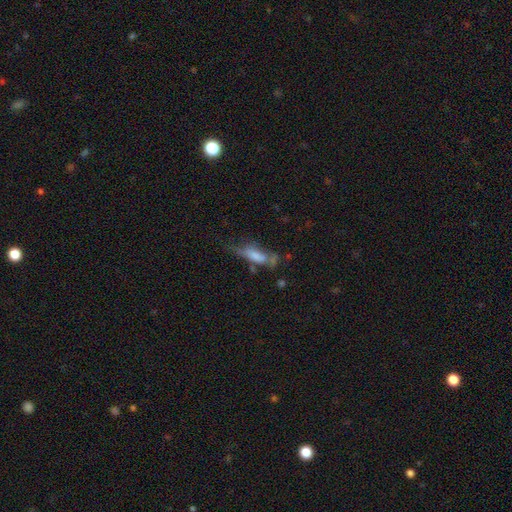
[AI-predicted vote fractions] Smooth or featured?
  - smooth: 64% *
  - featured or disk: 26%
  - star or artifact: 10%
How rounded?
  - in between: 57% *
  - cigar-shaped: 41%
  - round: 3%
Merging?
  - none: 34% *
  - minor disturbance: 28%
  - major disturbance: 25%
  - merger: 14%